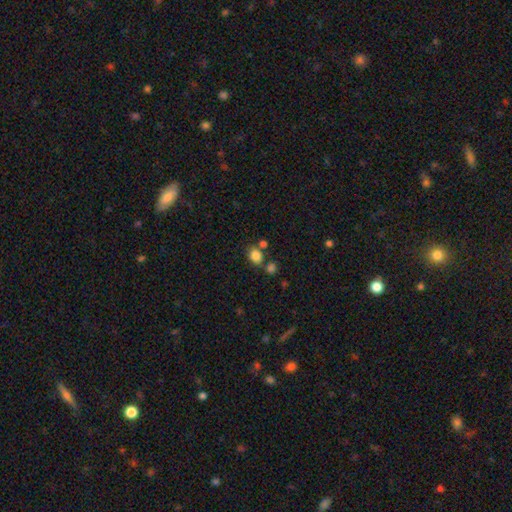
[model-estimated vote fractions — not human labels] A smooth galaxy with no disk features (83%) that is in between round and cigar-shaped (51%).

Vote fractions:
- Smooth or featured? smooth: 83% / star or artifact: 11% / featured or disk: 6%
- How rounded? in between: 51% / round: 48% / cigar-shaped: 1%
- Merging? none: 65% / merger: 18% / minor disturbance: 13% / major disturbance: 5%